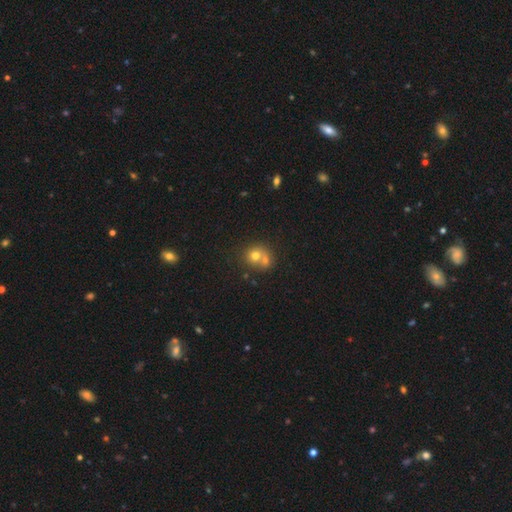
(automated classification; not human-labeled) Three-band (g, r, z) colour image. It shows a smooth galaxy with no disk features (68%) that is round (78%). Merging: merger (55%).